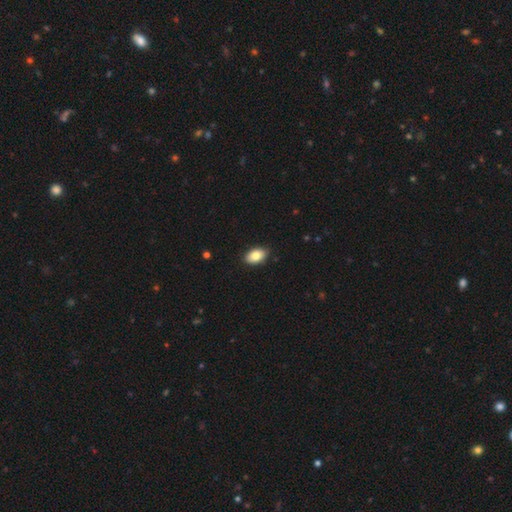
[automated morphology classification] Overall: smooth (83%). How rounded: in between (91%). Merging: none (88%).